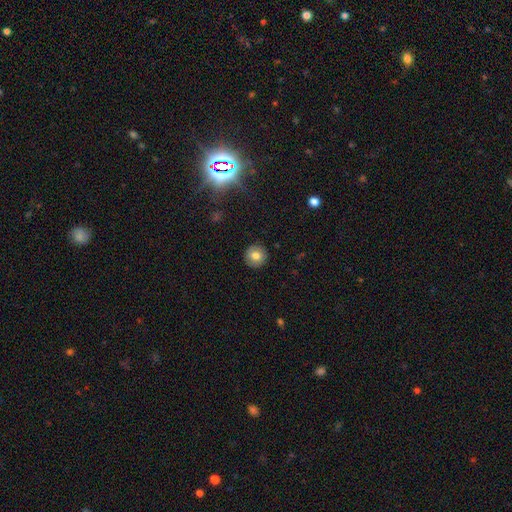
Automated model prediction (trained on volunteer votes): Overall: smooth (78%). How rounded: round (94%). Merging: none (91%).